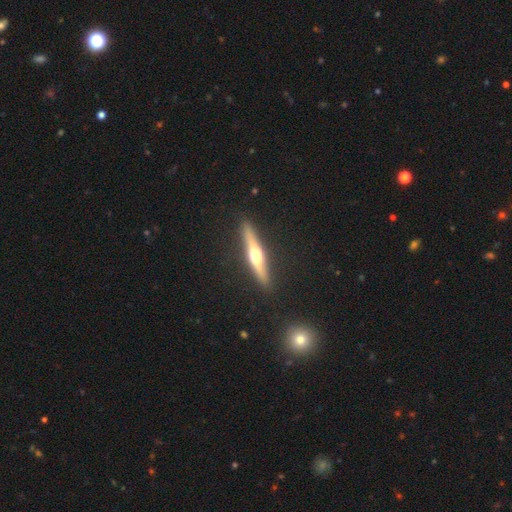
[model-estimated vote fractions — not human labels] Smooth or featured? featured or disk (64%)
Edge-on disk? yes (95%)
Edge-on bulge? rounded (92%)
Merging? none (89%)